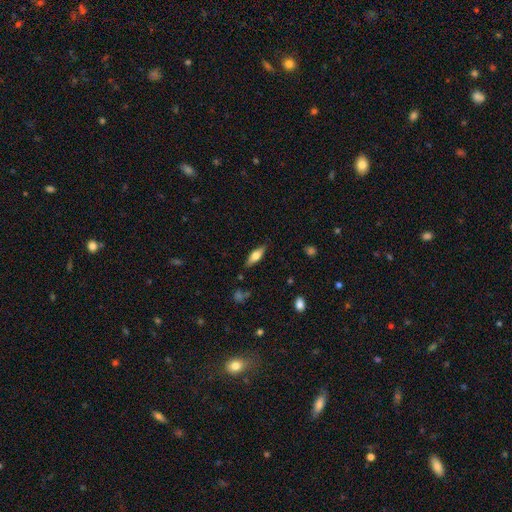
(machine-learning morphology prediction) This appears to be a smooth galaxy with no disk features (58%) that is in between round and cigar-shaped (58%). Merging: none (84%).